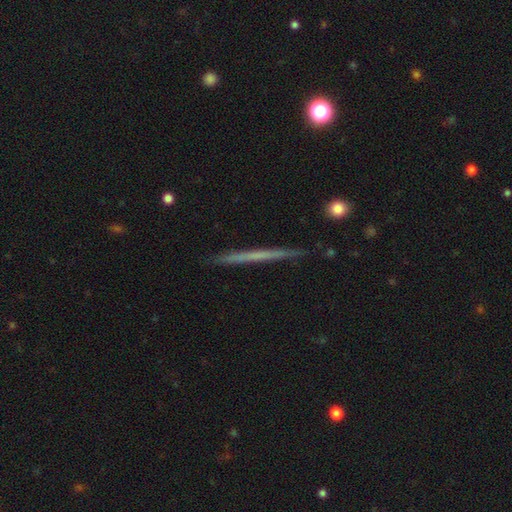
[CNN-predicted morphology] Q: Smooth or featured?
A: featured or disk (52%); runner-up: smooth (41%)
Q: Edge-on disk?
A: yes (97%); runner-up: no (3%)
Q: Edge-on bulge?
A: none (92%); runner-up: rounded (5%)
Q: Merging?
A: none (91%); runner-up: minor disturbance (7%)